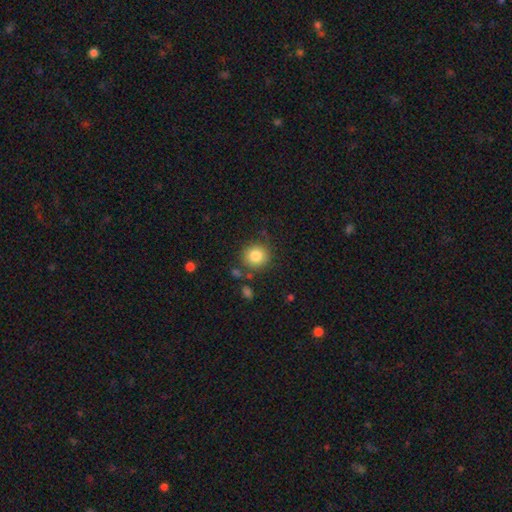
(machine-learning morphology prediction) This appears to be a smooth galaxy with no disk features (84%) that is round (91%). Merging: none (83%).